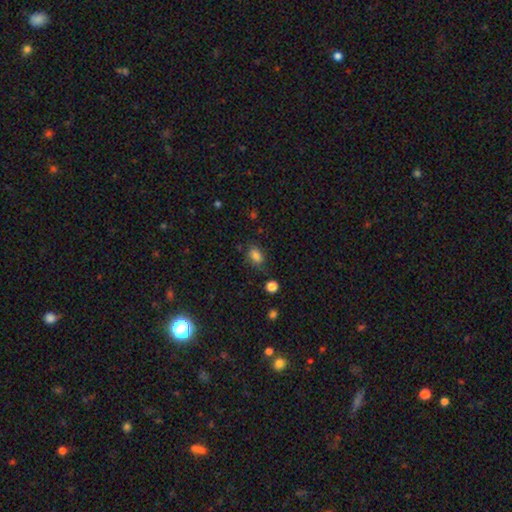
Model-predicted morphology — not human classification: Smooth or featured?
  - smooth: 82% *
  - star or artifact: 12%
  - featured or disk: 6%
How rounded?
  - in between: 79% *
  - round: 20%
  - cigar-shaped: 2%
Merging?
  - none: 72% *
  - minor disturbance: 20%
  - major disturbance: 6%
  - merger: 3%